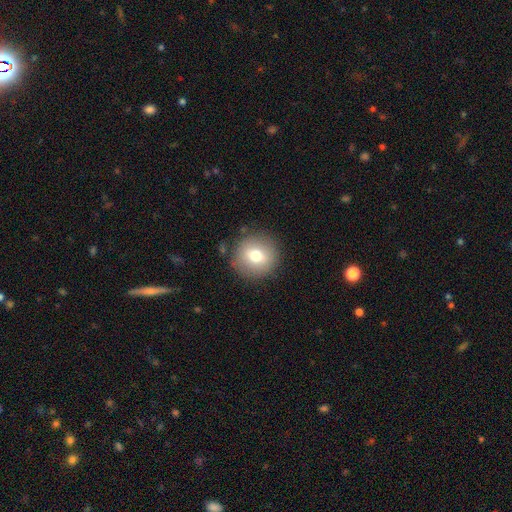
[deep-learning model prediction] The model was most divided on "smooth or featured": smooth: 73%, featured or disk: 17%, star or artifact: 10%. More confident: how rounded — round (94%); merging — none (87%).